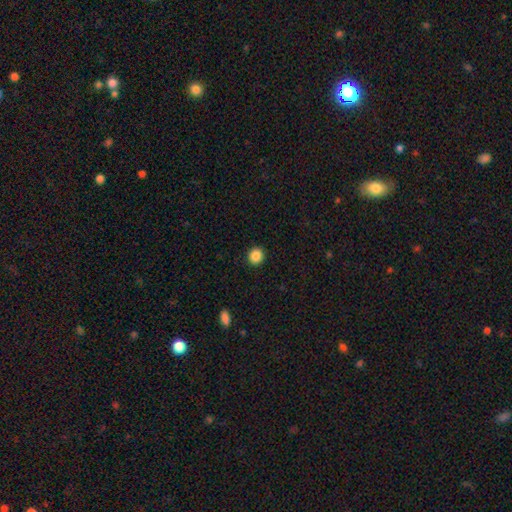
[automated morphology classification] Overall: smooth (87%). How rounded: round (91%). Merging: none (92%).